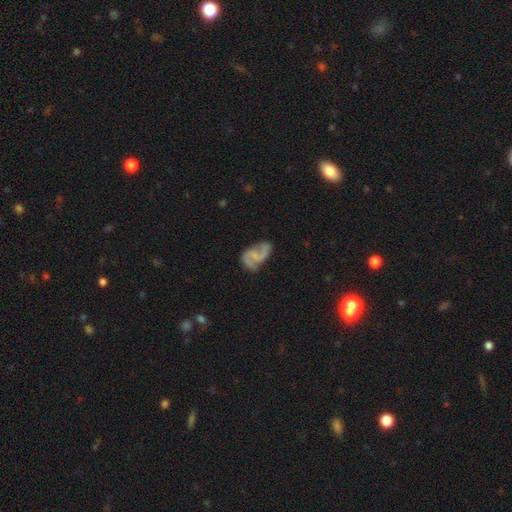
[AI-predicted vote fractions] Overall: featured or disk (80%). Edge-on disk: no (98%). Bar: no (43%; weak 42%). Spiral arms: yes (93%). Spiral arm count: 2 (90%). Spiral winding: loose (55%; medium 35%). Bulge size: none (49%; small 38%). Merging: none (59%; minor disturbance 23%).